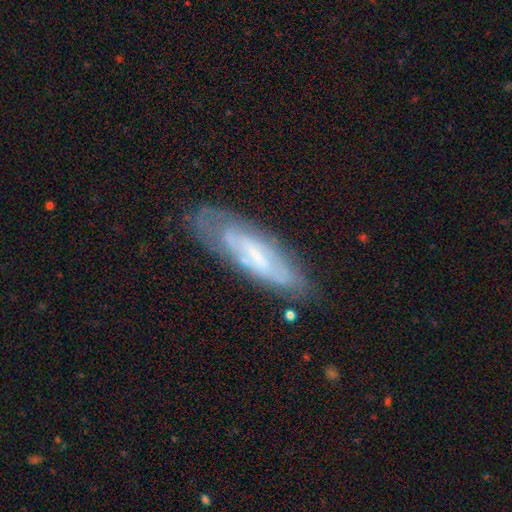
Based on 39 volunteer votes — smooth_or_featured: featured or disk (p=0.62) [alt: smooth p=0.31]
disk_edge_on: no (p=0.79) [alt: yes p=0.21]
bar: weak (p=0.47) [alt: strong p=0.26]
has_spiral_arms: yes (p=0.63) [alt: no p=0.37]
spiral_winding: tight (p=0.58) [alt: medium p=0.33]
spiral_arm_count: 2 (p=0.42) [tied with: can't tell p=0.42]
bulge_size: small (p=0.37) [alt: none p=0.32]
merging: none (p=0.56) [alt: minor disturbance p=0.22]